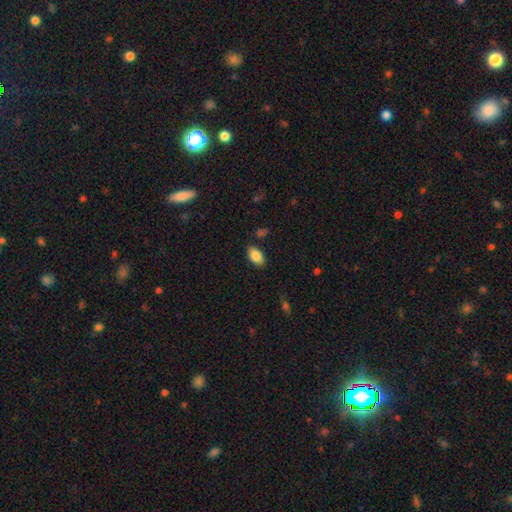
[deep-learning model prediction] Smooth or featured: smooth — 86% (featured or disk — 7%)
How rounded: in between — 94% (round — 4%)
Merging: none — 85% (minor disturbance — 10%)